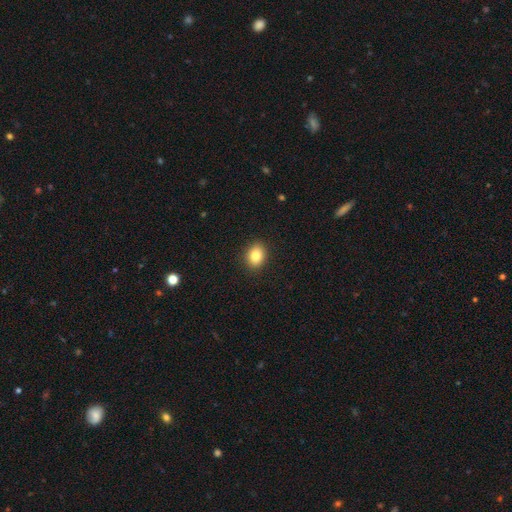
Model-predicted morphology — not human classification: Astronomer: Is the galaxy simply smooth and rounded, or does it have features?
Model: smooth — 84%.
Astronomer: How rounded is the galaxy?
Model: in between — 59% (runner-up: round, 40%).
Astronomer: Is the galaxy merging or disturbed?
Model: none — 90%.